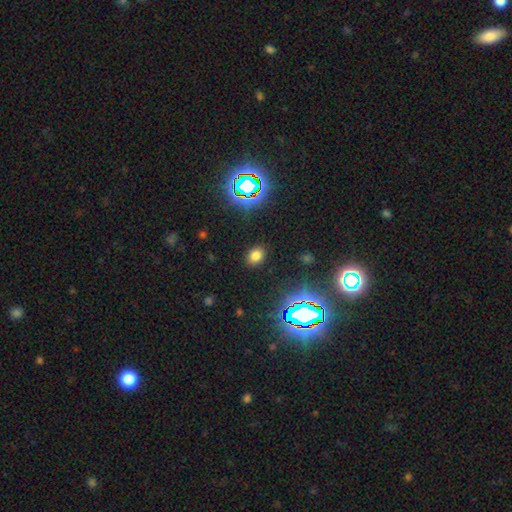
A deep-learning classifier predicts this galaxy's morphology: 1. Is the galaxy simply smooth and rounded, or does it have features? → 71% smooth, 22% star or artifact, 7% featured or disk.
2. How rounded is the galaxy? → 63% in between, 36% round, 1% cigar-shaped.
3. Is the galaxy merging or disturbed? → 88% none, 8% minor disturbance, 3% major disturbance, 1% merger.